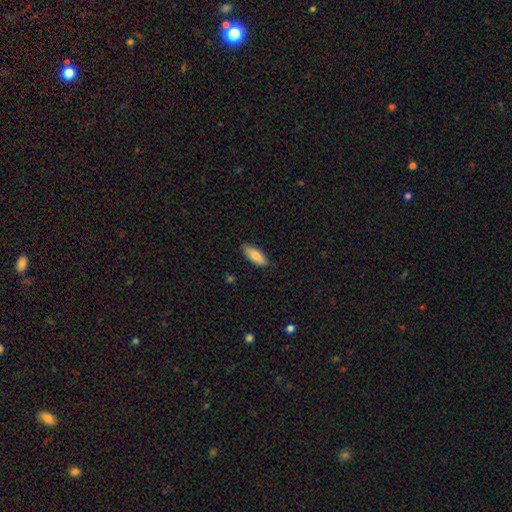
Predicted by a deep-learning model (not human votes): The model was most divided on "how rounded": in between: 77%, cigar-shaped: 22%, round: 2%. More confident: smooth or featured — smooth (87%); merging — none (87%).